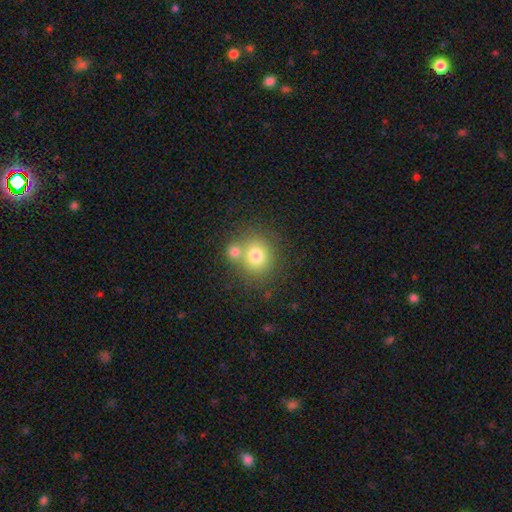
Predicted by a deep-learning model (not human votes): Smooth or featured?
  - smooth: 76% *
  - featured or disk: 13%
  - star or artifact: 11%
How rounded?
  - round: 84% *
  - in between: 15%
  - cigar-shaped: 1%
Merging?
  - none: 55% *
  - merger: 32%
  - minor disturbance: 9%
  - major disturbance: 4%